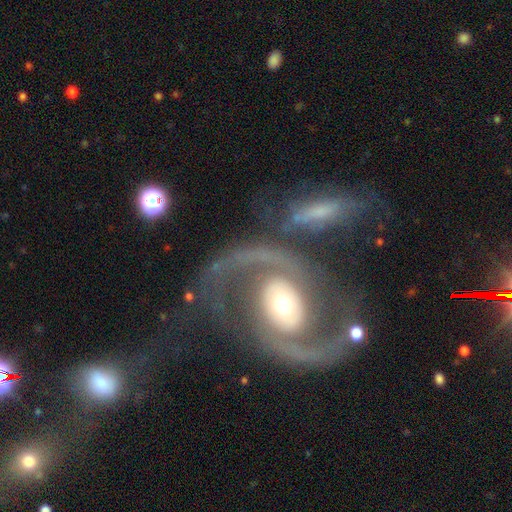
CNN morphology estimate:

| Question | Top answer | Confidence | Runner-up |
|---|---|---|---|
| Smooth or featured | featured or disk | 90% | star or artifact (5%) |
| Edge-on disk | no | 97% | yes (3%) |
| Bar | no | 52% | weak (30%) |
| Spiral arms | yes | 96% | no (4%) |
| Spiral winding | medium | 55% | loose (25%) |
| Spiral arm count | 2 | 93% | can't tell (2%) |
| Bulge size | moderate | 59% | small (28%) |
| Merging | none | 47% | merger (20%) |